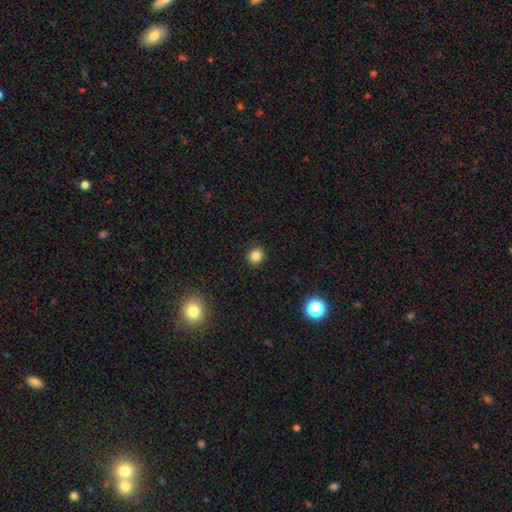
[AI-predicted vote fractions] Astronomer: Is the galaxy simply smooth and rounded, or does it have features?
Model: smooth — 83%.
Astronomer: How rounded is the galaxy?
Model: round — 90%.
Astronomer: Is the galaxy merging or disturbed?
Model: none — 92%.